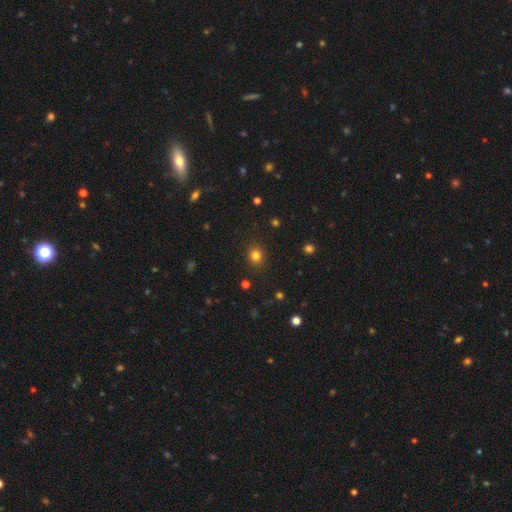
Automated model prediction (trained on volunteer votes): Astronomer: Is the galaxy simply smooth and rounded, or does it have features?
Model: smooth — 81%.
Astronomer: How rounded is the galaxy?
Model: round — 75%.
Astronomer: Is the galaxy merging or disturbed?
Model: none — 88%.